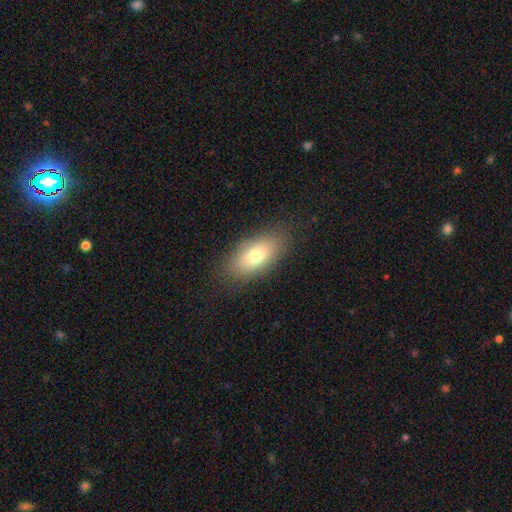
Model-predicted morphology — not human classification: type=smooth (73%); roundness=in between (87%); merging=none (84%).